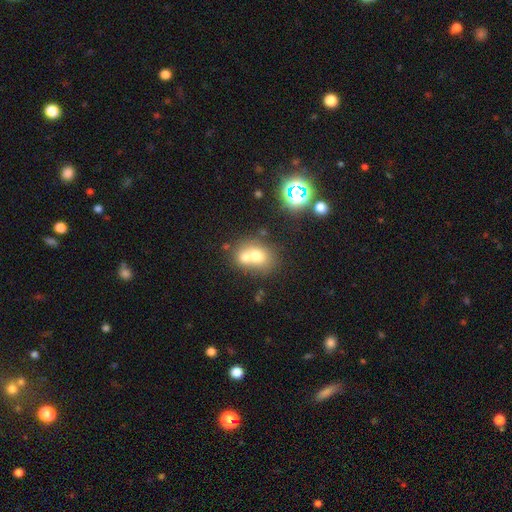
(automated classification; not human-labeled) Smooth or featured?
  - smooth: 63% *
  - featured or disk: 21%
  - star or artifact: 16%
How rounded?
  - round: 60% *
  - in between: 39%
  - cigar-shaped: 1%
Merging?
  - merger: 59% *
  - none: 30%
  - minor disturbance: 7%
  - major disturbance: 4%